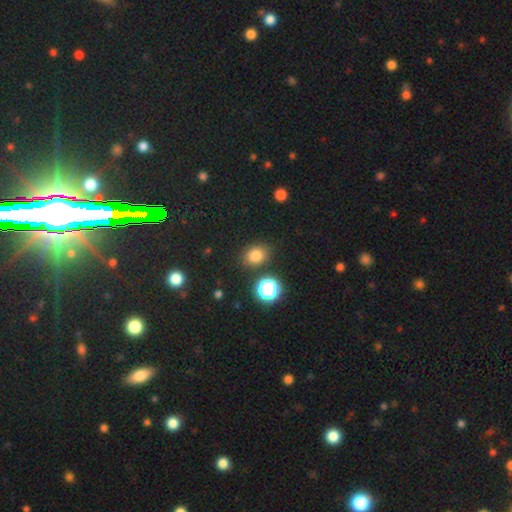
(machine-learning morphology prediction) Smooth or featured? Predicted: smooth (p=0.77). How rounded? Predicted: round (p=0.57). Merging? Predicted: none (p=0.83).